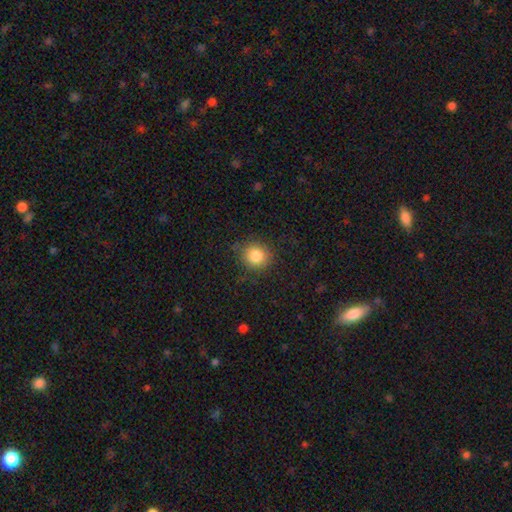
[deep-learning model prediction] smooth_or_featured: smooth (p=0.85) [alt: star or artifact p=0.10]
how_rounded: round (p=0.85) [alt: in between p=0.15]
merging: none (p=0.84) [alt: minor disturbance p=0.12]